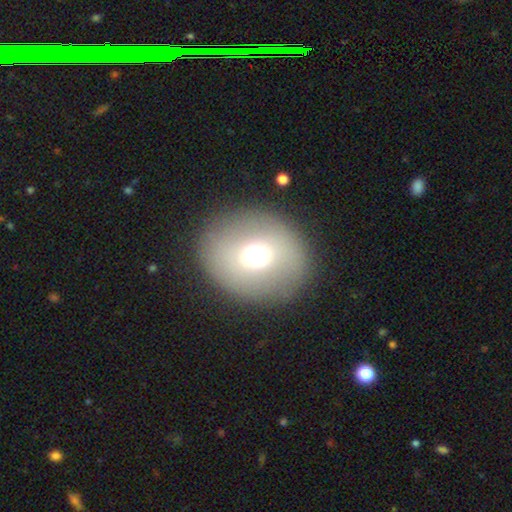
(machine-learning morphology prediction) Overall: smooth (62%; featured or disk 24%). How rounded: round (70%). Merging: none (84%).